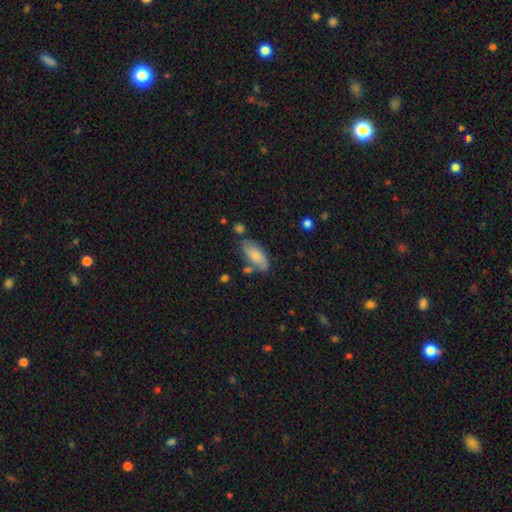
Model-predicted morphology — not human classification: This appears to be a smooth galaxy with no disk features (67%) that is in between round and cigar-shaped (87%). Merging: none (63%).